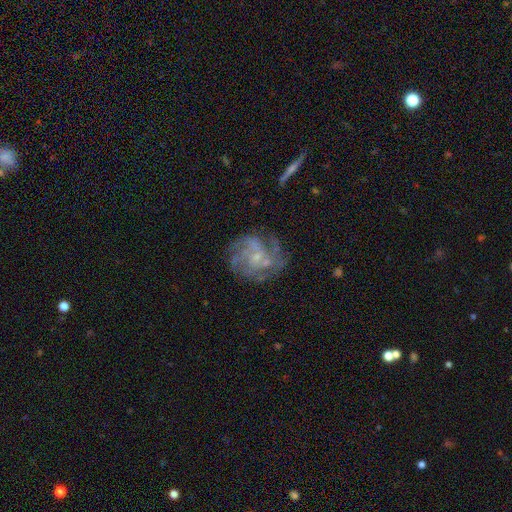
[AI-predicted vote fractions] Smooth or featured?
  - featured or disk: 77% *
  - smooth: 14%
  - star or artifact: 9%
Edge-on disk?
  - no: 98% *
  - yes: 2%
Bar?
  - no: 70% *
  - weak: 25%
  - strong: 4%
Spiral arms?
  - yes: 84% *
  - no: 16%
Spiral winding?
  - tight: 43% *
  - medium: 41%
  - loose: 17%
Spiral arm count?
  - can't tell: 35% *
  - 4: 21%
  - 3: 20%
  - 2: 10%
  - more than 4: 8%
  - 1: 6%
Bulge size?
  - small: 65% *
  - moderate: 18%
  - none: 15%
  - large: 2%
  - dominant: 1%
Merging?
  - none: 61% *
  - minor disturbance: 18%
  - major disturbance: 16%
  - merger: 5%